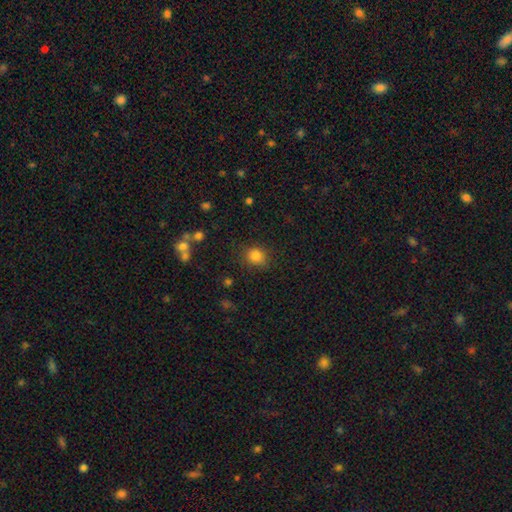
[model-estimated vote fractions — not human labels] smooth_or_featured: smooth (p=0.83) [alt: star or artifact p=0.12]
how_rounded: round (p=0.67) [alt: in between p=0.32]
merging: none (p=0.77) [alt: minor disturbance p=0.16]